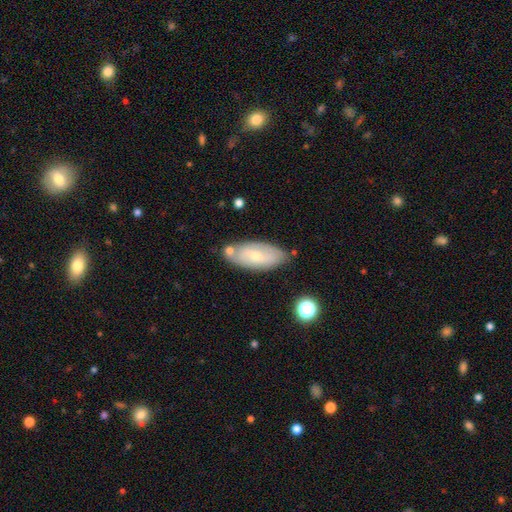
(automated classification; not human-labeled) A smooth galaxy with no disk features (51%) that is in between round and cigar-shaped (86%).

Vote fractions:
- Smooth or featured? smooth: 51% / featured or disk: 41% / star or artifact: 7%
- How rounded? in between: 86% / cigar-shaped: 11% / round: 3%
- Merging? none: 71% / minor disturbance: 17% / merger: 8% / major disturbance: 4%